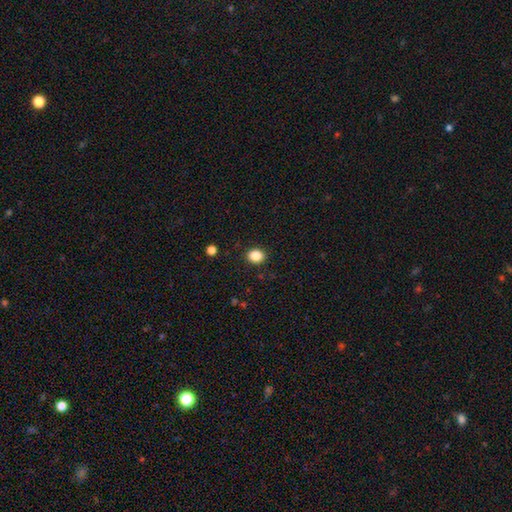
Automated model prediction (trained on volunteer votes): A smooth galaxy with no disk features (86%) that is round (62%). Merging: none (91%).